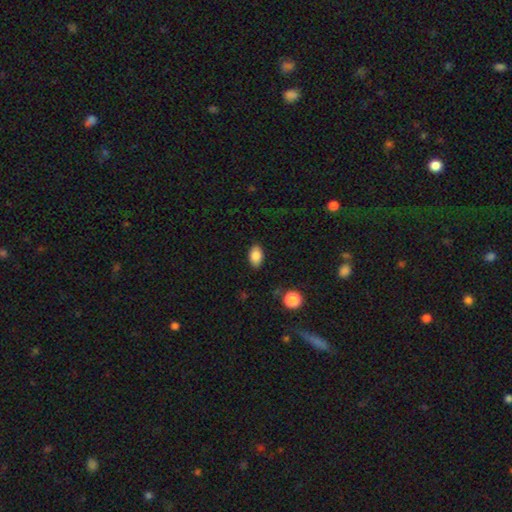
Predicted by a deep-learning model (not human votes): smooth-or-featured: smooth: 86% | star or artifact: 8% | featured or disk: 6%
  how-rounded: in between: 89% | round: 9% | cigar-shaped: 2%
  merging: none: 86% | minor disturbance: 10% | major disturbance: 2% | merger: 1%